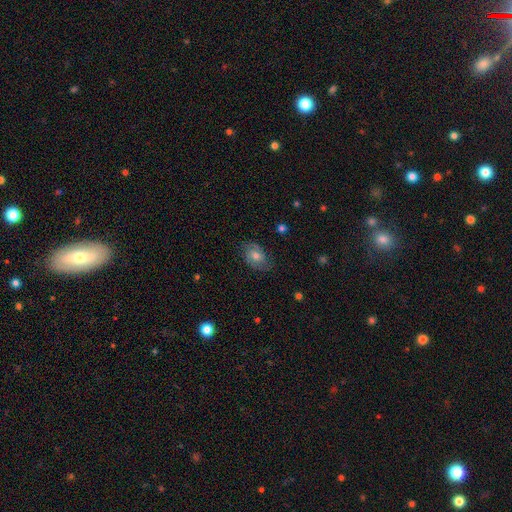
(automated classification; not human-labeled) This appears to be a featured or disk galaxy (62%) with no bar (65%), 2 (79%) medium (44%) spiral arms (88%) and a moderate central bulge (64%). Merging: none (76%).